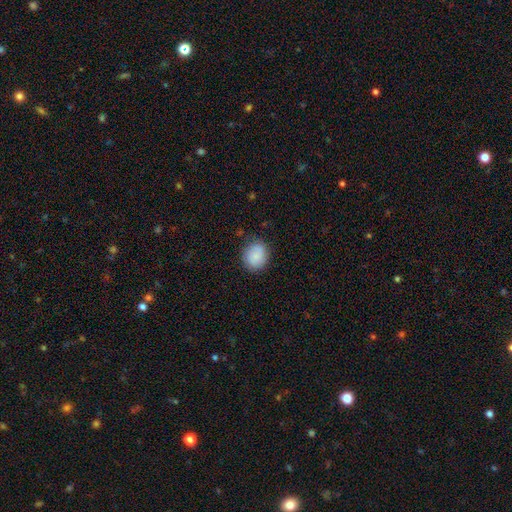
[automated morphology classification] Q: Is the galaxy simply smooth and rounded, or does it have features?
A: smooth — 82%.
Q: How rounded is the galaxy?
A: round — 71%.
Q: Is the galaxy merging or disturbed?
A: none — 79%.